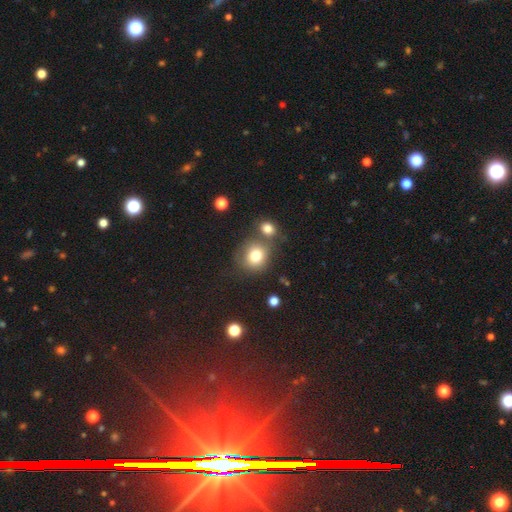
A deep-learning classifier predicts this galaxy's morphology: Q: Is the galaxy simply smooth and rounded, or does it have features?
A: smooth — 78%.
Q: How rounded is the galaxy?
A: round — 82%.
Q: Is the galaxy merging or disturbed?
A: none — 60%.